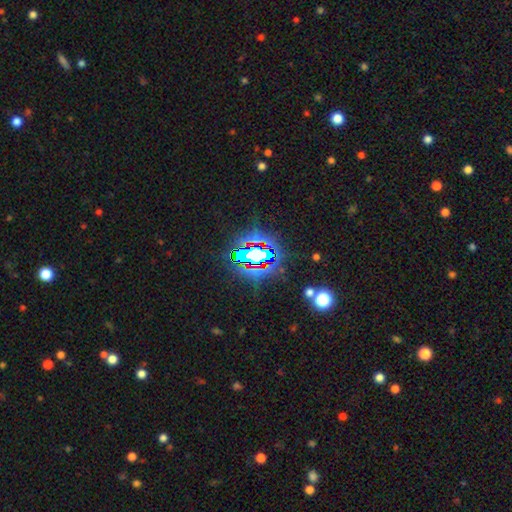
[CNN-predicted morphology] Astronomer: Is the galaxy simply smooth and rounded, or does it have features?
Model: star or artifact — 73%.